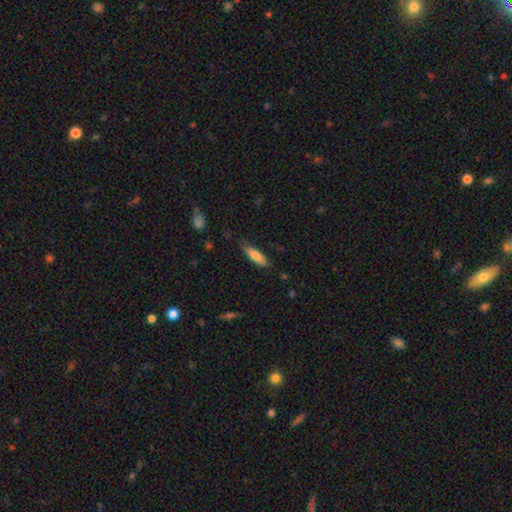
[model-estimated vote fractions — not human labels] This appears to be a smooth galaxy with no disk features (76%) that is cigar-shaped (58%). Merging: none (77%).